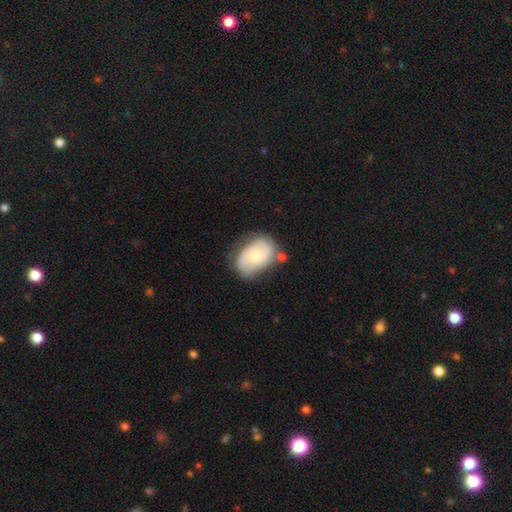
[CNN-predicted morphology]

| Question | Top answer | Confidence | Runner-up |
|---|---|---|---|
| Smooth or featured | featured or disk | 63% | smooth (31%) |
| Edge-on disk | no | 97% | yes (3%) |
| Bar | no | 64% | weak (31%) |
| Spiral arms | yes | 89% | no (11%) |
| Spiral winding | medium | 44% | tight (36%) |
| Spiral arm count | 2 | 74% | can't tell (15%) |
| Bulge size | moderate | 45% | tied: small (45%) |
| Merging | none | 61% | minor disturbance (24%) |